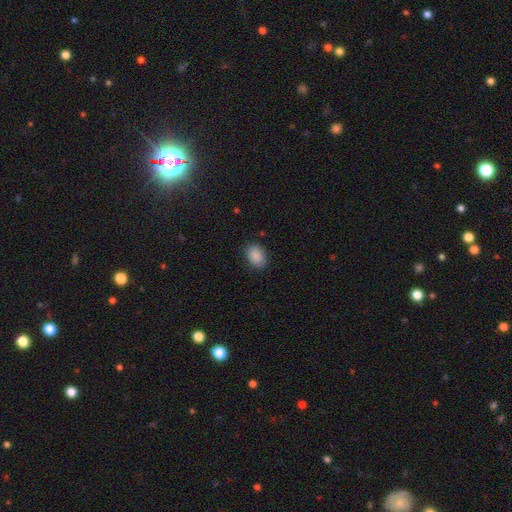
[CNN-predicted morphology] A smooth galaxy with no disk features (89%) that is in between round and cigar-shaped (78%).

Vote fractions:
- Smooth or featured? smooth: 89% / star or artifact: 7% / featured or disk: 4%
- How rounded? in between: 78% / round: 21% / cigar-shaped: 1%
- Merging? none: 83% / minor disturbance: 13% / major disturbance: 3% / merger: 1%